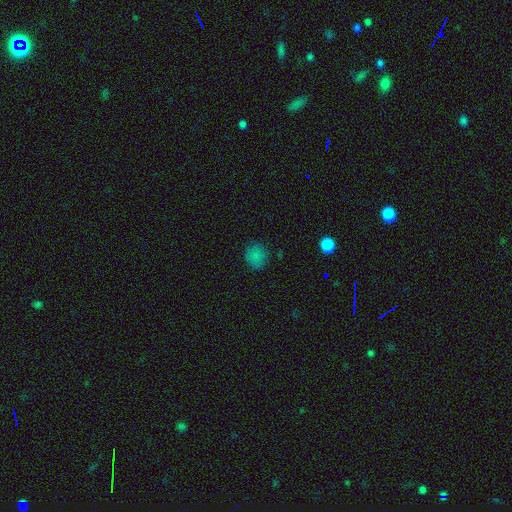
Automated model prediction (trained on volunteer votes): Smooth or featured: smooth — 79% (star or artifact — 15%)
How rounded: round — 77% (in between — 22%)
Merging: none — 80% (minor disturbance — 14%)